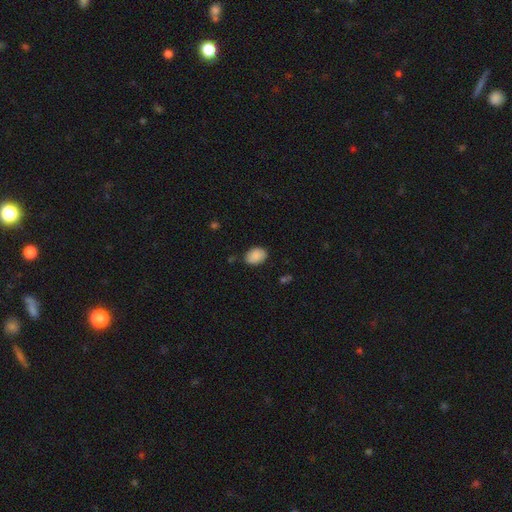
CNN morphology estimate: Q: Smooth or featured?
A: smooth (88%); runner-up: star or artifact (7%)
Q: How rounded?
A: in between (77%); runner-up: round (22%)
Q: Merging?
A: none (79%); runner-up: minor disturbance (16%)